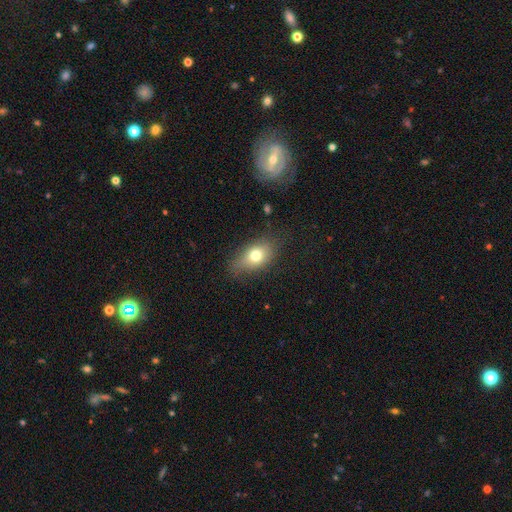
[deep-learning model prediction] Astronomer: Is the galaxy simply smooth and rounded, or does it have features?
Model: smooth — 73%.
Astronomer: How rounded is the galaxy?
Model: in between — 80%.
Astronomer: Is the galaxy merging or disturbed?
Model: none — 70%.